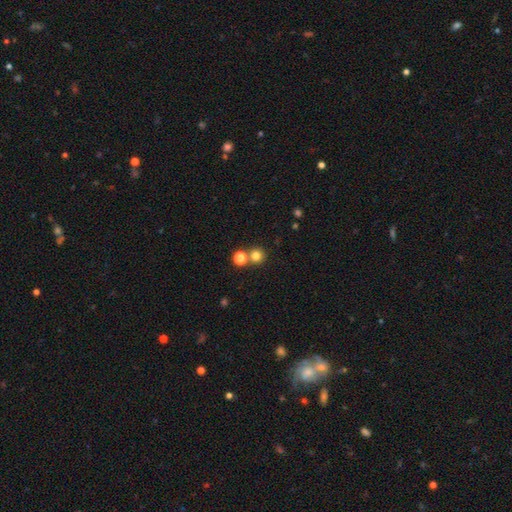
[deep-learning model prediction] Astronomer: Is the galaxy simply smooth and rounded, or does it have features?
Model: smooth — 78%.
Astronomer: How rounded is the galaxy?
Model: round — 93%.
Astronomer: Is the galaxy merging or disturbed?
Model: none — 70%.